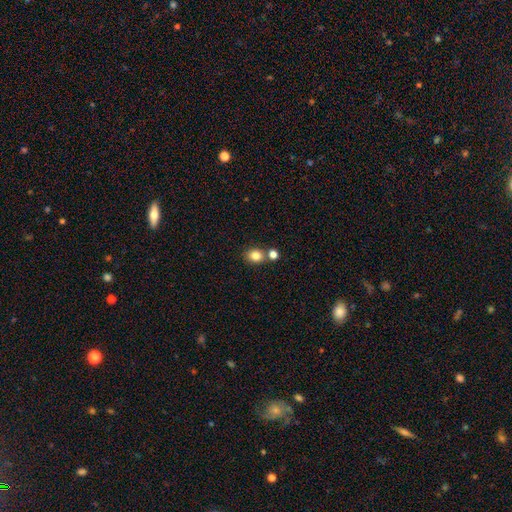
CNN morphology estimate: The model was most divided on "how rounded": round: 62%, in between: 37%, cigar-shaped: 1%. More confident: smooth or featured — smooth (83%); merging — none (66%).